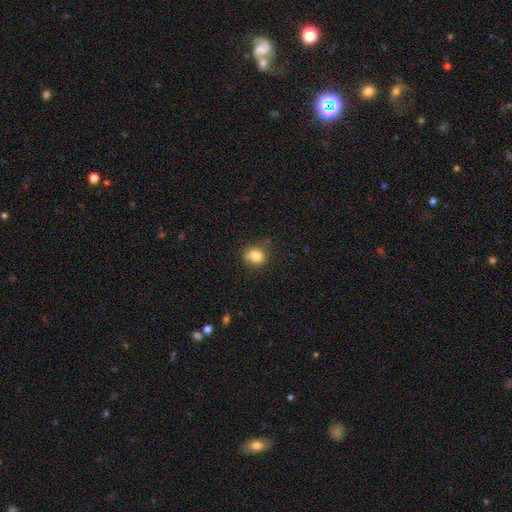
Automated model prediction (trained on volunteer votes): This is clearly a smooth galaxy (82%). How rounded: likely round (77%). Merging: likely none (72%).